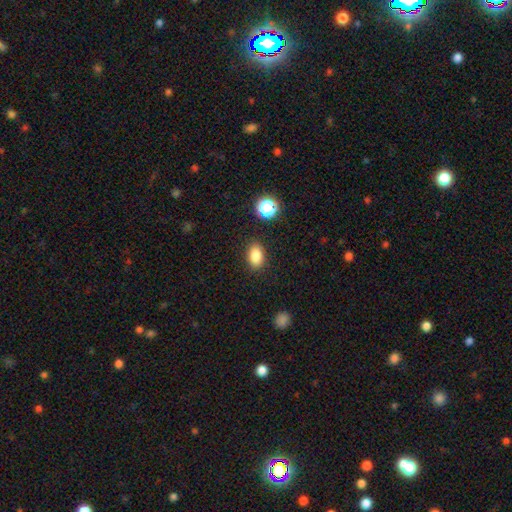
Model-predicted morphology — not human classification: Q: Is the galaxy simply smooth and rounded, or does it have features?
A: smooth — 83%.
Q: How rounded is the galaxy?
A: in between — 83%.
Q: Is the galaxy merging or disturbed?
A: none — 87%.